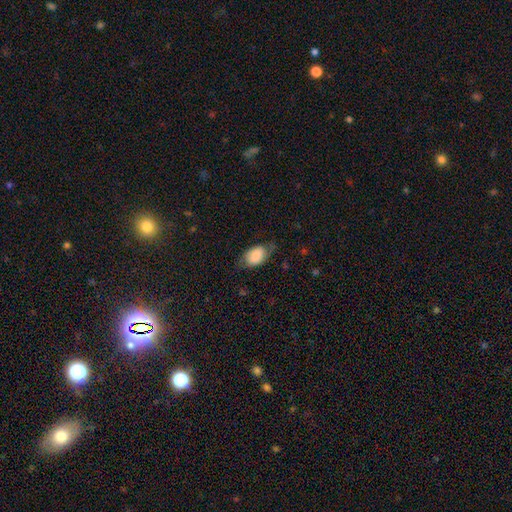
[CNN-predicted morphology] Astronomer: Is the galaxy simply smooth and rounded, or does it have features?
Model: smooth — 75%.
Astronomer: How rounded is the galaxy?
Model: in between — 90%.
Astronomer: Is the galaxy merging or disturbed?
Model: none — 59%.